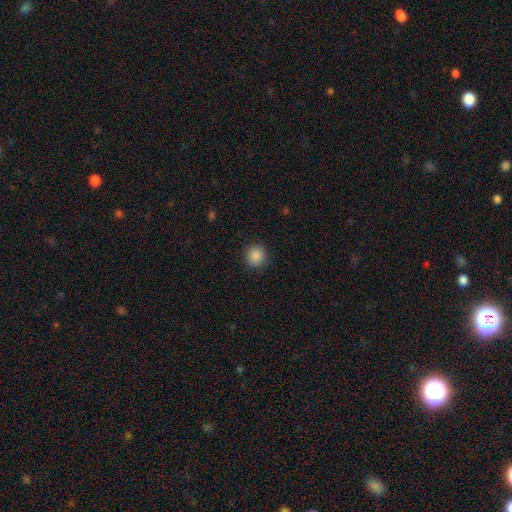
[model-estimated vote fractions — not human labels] Q: Smooth or featured?
A: smooth (88%); runner-up: star or artifact (10%)
Q: How rounded?
A: round (92%); runner-up: in between (7%)
Q: Merging?
A: none (91%); runner-up: minor disturbance (6%)